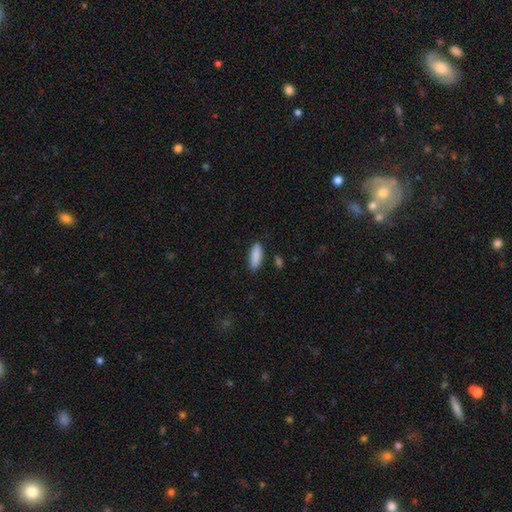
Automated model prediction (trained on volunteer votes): A smooth galaxy with no disk features (89%) that is in between round and cigar-shaped (63%). Merging: none (87%).